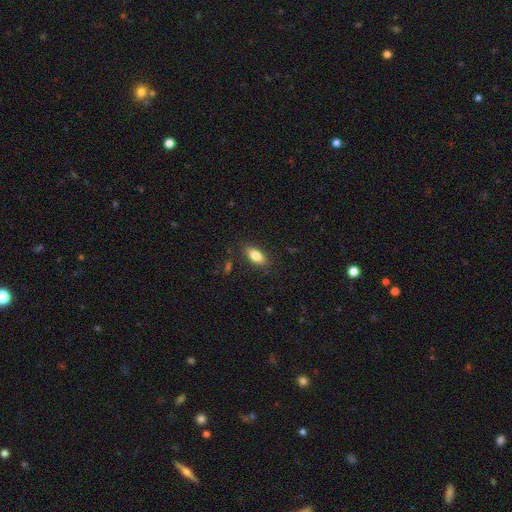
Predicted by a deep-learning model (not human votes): Overall: smooth (80%). How rounded: in between (84%). Merging: none (85%).